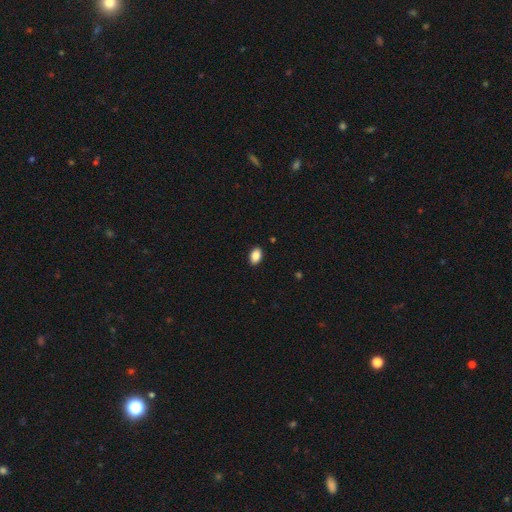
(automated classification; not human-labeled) A smooth galaxy with no disk features (88%) that is in between round and cigar-shaped (90%).

Vote fractions:
- Smooth or featured? smooth: 88% / star or artifact: 8% / featured or disk: 4%
- How rounded? in between: 90% / round: 8% / cigar-shaped: 1%
- Merging? none: 90% / minor disturbance: 8% / major disturbance: 2% / merger: 1%